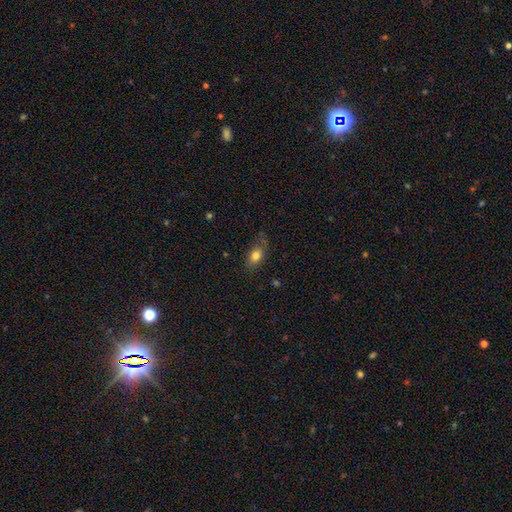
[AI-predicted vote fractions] Smooth or featured? Predicted: smooth (p=0.79). How rounded? Predicted: in between (p=0.83). Merging? Predicted: none (p=0.65).